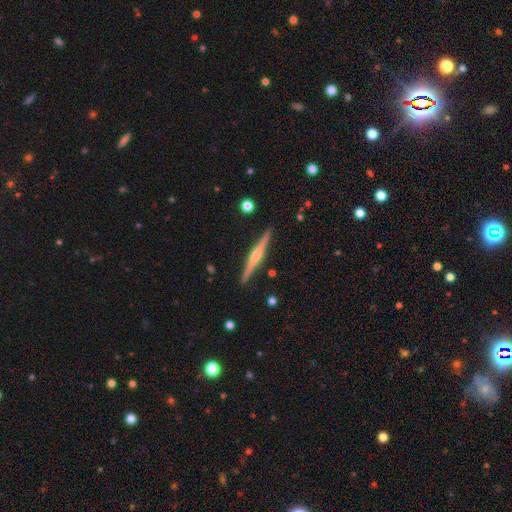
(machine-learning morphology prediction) A featured or disk galaxy (74%) viewed edge-on (98%) with a rounded central bulge (72%). Merging: none (91%).